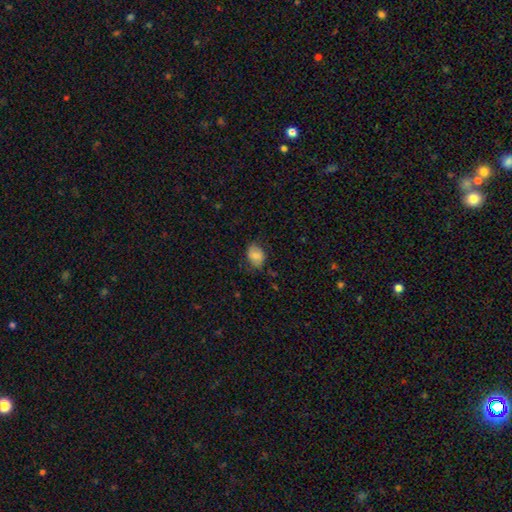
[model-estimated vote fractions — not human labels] A smooth galaxy with no disk features (78%) that is in between round and cigar-shaped (72%).

Vote fractions:
- Smooth or featured? smooth: 78% / featured or disk: 14% / star or artifact: 8%
- How rounded? in between: 72% / round: 26% / cigar-shaped: 1%
- Merging? none: 67% / minor disturbance: 25% / major disturbance: 7% / merger: 1%